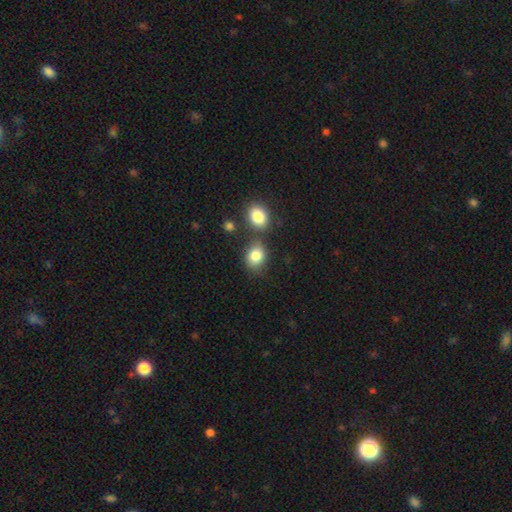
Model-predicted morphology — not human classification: A smooth galaxy with no disk features (84%) that is in between round and cigar-shaped (57%). Merging: none (61%).